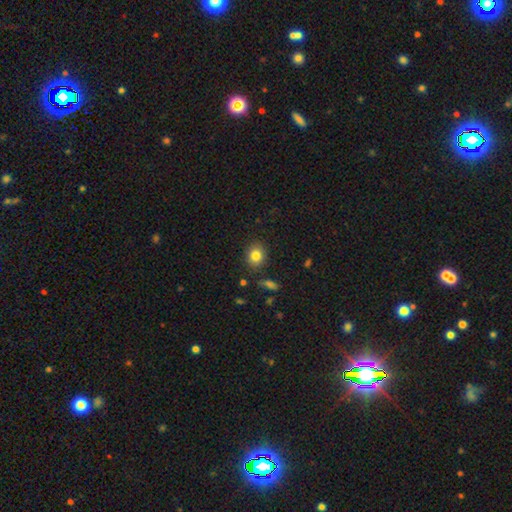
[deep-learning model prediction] smooth_or_featured: smooth (p=0.82) [alt: star or artifact p=0.10]
how_rounded: round (p=0.65) [alt: in between p=0.34]
merging: none (p=0.85) [alt: minor disturbance p=0.10]